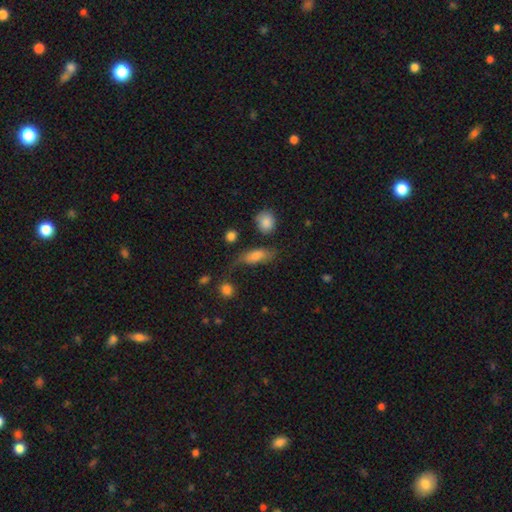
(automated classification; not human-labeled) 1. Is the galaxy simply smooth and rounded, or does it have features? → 68% smooth, 22% featured or disk, 9% star or artifact.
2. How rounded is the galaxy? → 73% in between, 19% cigar-shaped, 8% round.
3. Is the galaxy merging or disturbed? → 47% none, 29% minor disturbance, 18% major disturbance, 6% merger.